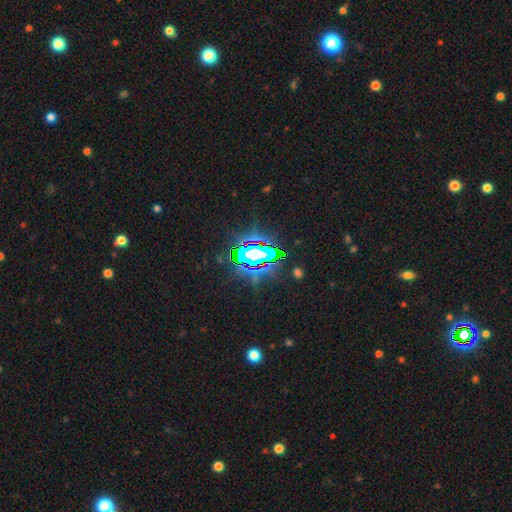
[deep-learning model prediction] Smooth or featured? Predicted: star or artifact (p=0.73).